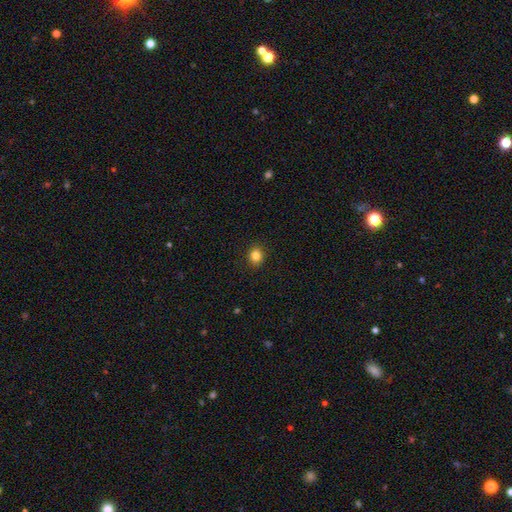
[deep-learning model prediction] Smooth or featured? smooth (83%)
How rounded? round (69%)
Merging? none (90%)